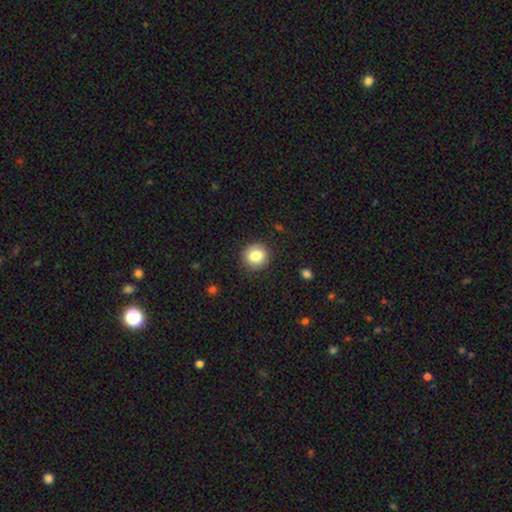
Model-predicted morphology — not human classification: smooth_or_featured: smooth (p=0.84) [alt: star or artifact p=0.09]
how_rounded: round (p=0.89) [alt: in between p=0.10]
merging: none (p=0.90) [alt: minor disturbance p=0.07]